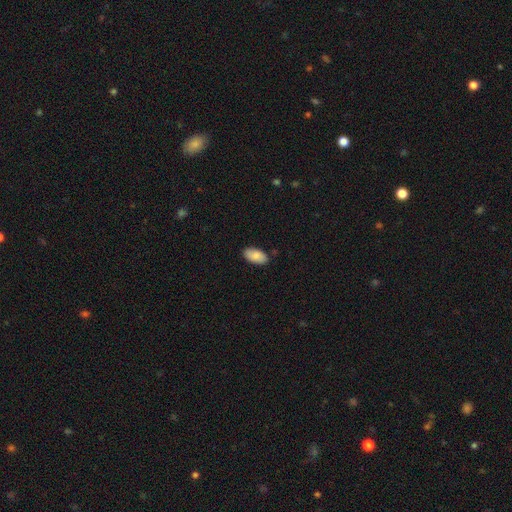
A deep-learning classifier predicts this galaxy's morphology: A smooth galaxy with no disk features (88%) that is in between round and cigar-shaped (95%).

Vote fractions:
- Smooth or featured? smooth: 88% / featured or disk: 6% / star or artifact: 6%
- How rounded? in between: 95% / cigar-shaped: 3% / round: 2%
- Merging? none: 86% / minor disturbance: 11% / major disturbance: 2% / merger: 1%